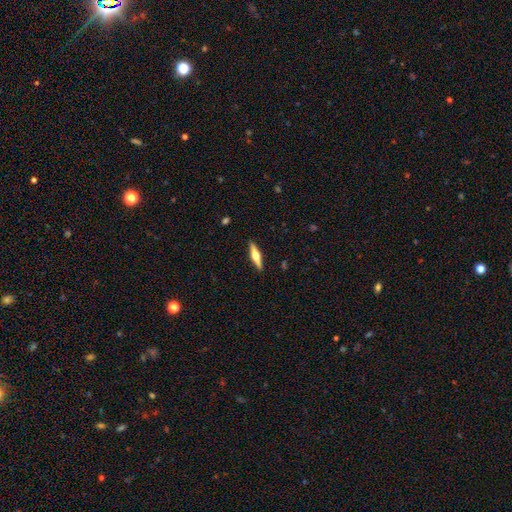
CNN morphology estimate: Smooth or featured? featured or disk (62%)
Edge-on disk? yes (97%)
Edge-on bulge? rounded (93%)
Merging? none (91%)